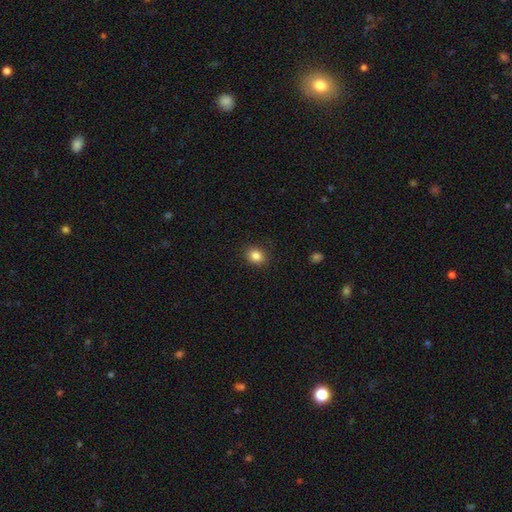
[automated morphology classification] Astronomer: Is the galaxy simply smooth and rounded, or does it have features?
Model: smooth — 85%.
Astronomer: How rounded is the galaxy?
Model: round — 57% (runner-up: in between, 42%).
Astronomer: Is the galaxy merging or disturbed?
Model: none — 89%.